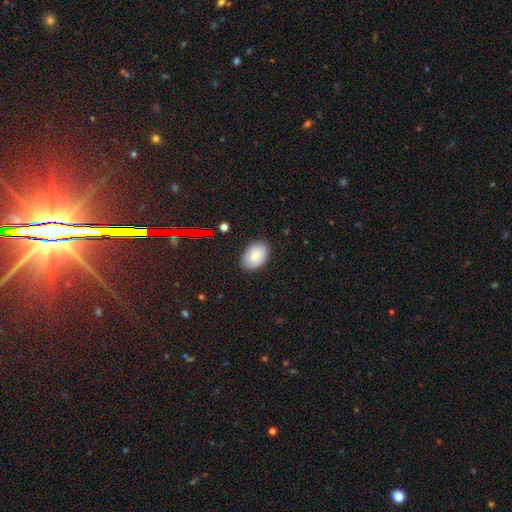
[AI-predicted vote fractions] Morphology: type=smooth (81%); roundness=in between (84%); merging=none (84%).